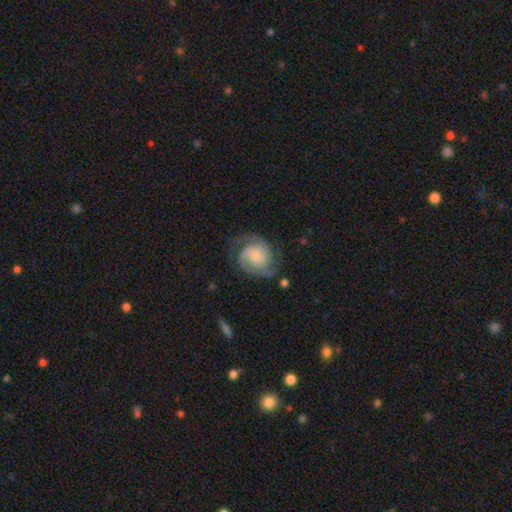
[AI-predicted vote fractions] Overall: featured or disk (81%). Edge-on disk: no (98%). Bar: no (69%). Spiral arms: yes (97%). Spiral arm count: 2 (72%). Spiral winding: tight (44%; medium 43%). Bulge size: small (39%; none 22%). Merging: none (70%).